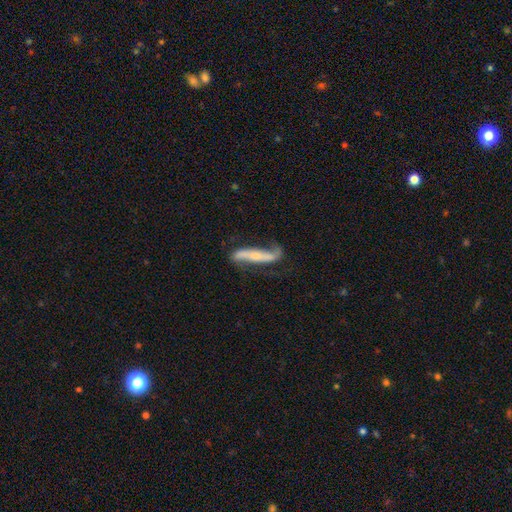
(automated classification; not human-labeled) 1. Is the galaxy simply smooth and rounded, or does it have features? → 73% featured or disk, 22% smooth, 6% star or artifact.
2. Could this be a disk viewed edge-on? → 65% no, 35% yes.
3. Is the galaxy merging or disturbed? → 62% none, 23% minor disturbance, 12% major disturbance, 3% merger.